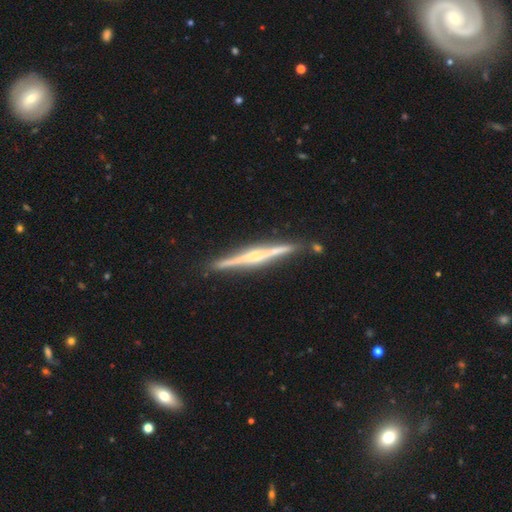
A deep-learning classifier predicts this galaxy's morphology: smooth_or_featured: featured or disk (p=0.83) [alt: smooth p=0.12]
disk_edge_on: yes (p=0.98) [alt: no p=0.02]
edge_on_bulge: rounded (p=0.67) [alt: boxy p=0.18]
merging: none (p=0.88) [alt: minor disturbance p=0.08]